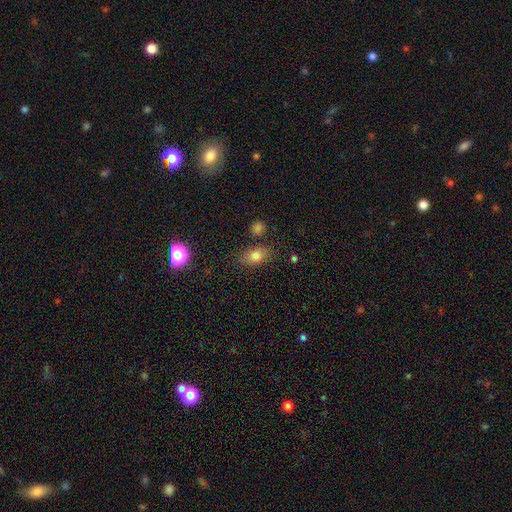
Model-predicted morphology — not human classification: smooth 77%, star or artifact 12%, featured or disk 11%. Down the decision tree: how rounded — in between (76%); merging — none (75%).